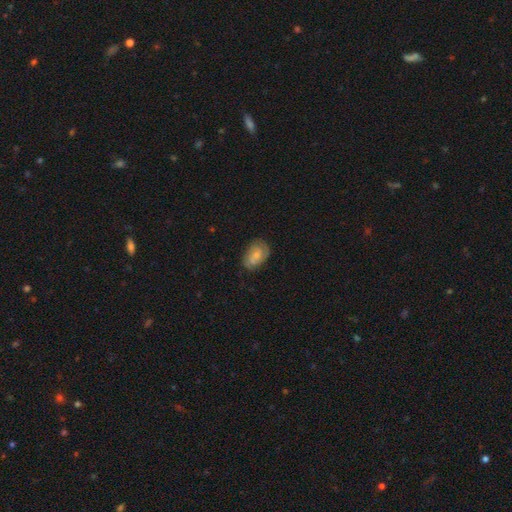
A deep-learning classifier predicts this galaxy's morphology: Q: Smooth or featured?
A: smooth (56%); runner-up: featured or disk (36%)
Q: How rounded?
A: in between (85%); runner-up: round (13%)
Q: Merging?
A: none (69%); runner-up: minor disturbance (23%)